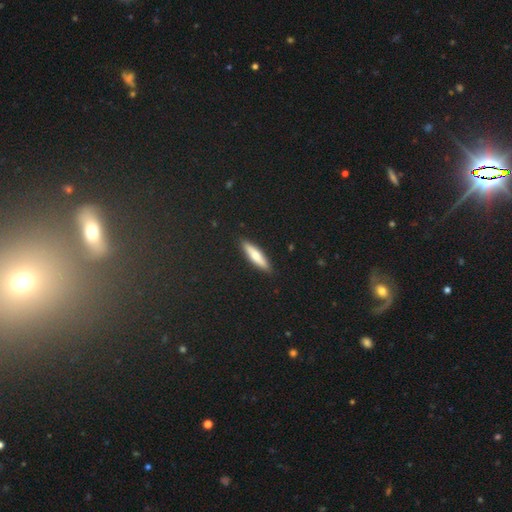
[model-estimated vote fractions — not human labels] Smooth or featured: smooth — 63% (featured or disk — 30%)
How rounded: cigar-shaped — 76% (in between — 22%)
Merging: none — 90% (minor disturbance — 8%)